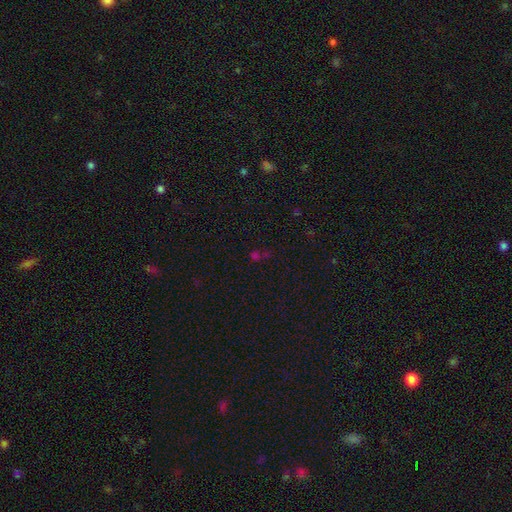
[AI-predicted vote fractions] The model was most divided on "smooth or featured": star or artifact: 50%, smooth: 43%, featured or disk: 8%.